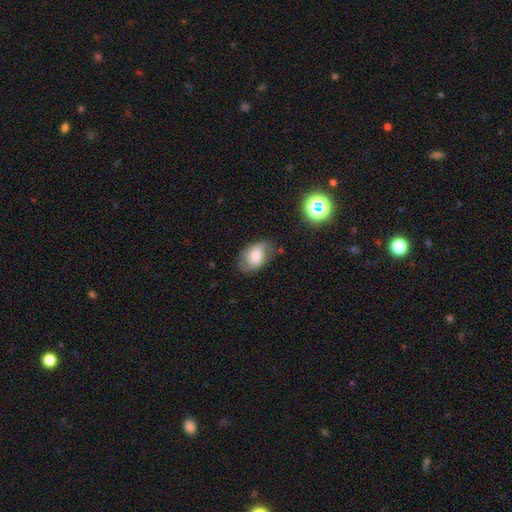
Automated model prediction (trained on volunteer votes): This is possibly a smooth galaxy (51%). How rounded: clearly in between (86%). Merging: likely none (65%).